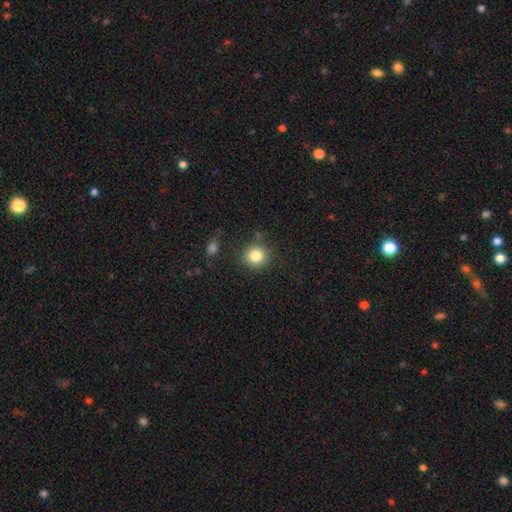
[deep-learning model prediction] Smooth or featured: smooth — 83% (star or artifact — 11%)
How rounded: round — 88% (in between — 11%)
Merging: none — 83% (minor disturbance — 10%)